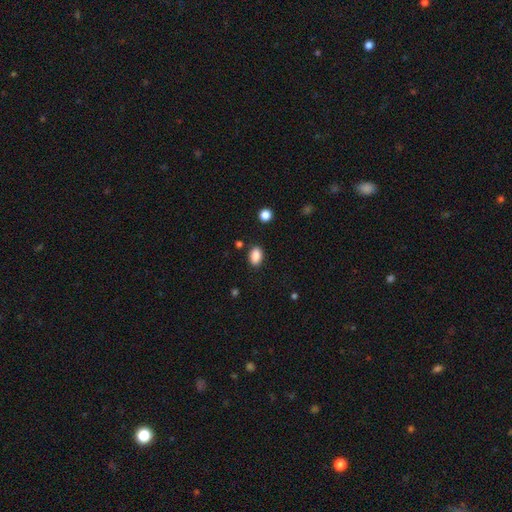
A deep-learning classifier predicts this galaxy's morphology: Q: Smooth or featured?
A: smooth (88%); runner-up: star or artifact (8%)
Q: How rounded?
A: in between (86%); runner-up: round (13%)
Q: Merging?
A: none (85%); runner-up: minor disturbance (10%)